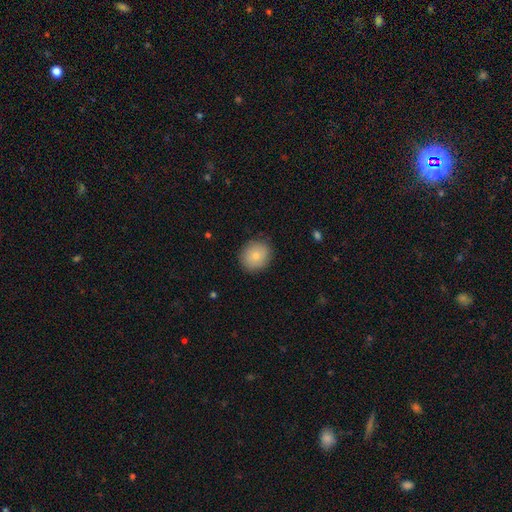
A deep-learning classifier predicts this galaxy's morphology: type=smooth (79%); roundness=round (79%); merging=none (87%).